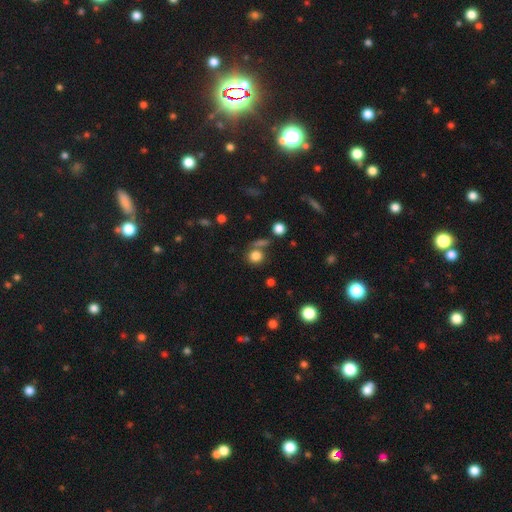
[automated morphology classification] Smooth or featured?
  - smooth: 80% *
  - star or artifact: 13%
  - featured or disk: 6%
How rounded?
  - round: 81% *
  - in between: 18%
  - cigar-shaped: 1%
Merging?
  - none: 64% *
  - merger: 20%
  - minor disturbance: 11%
  - major disturbance: 6%